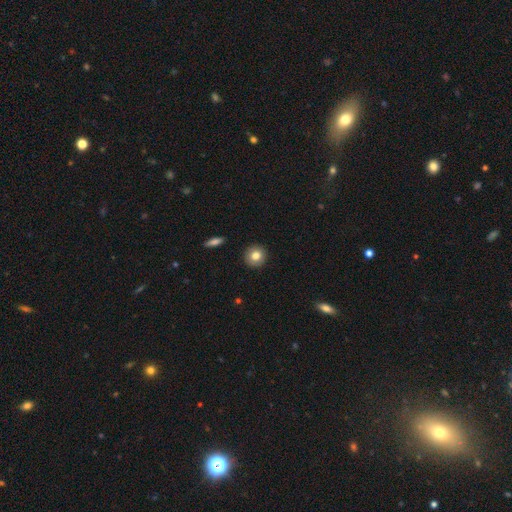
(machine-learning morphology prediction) type=smooth (80%); roundness=round (93%); merging=none (91%).